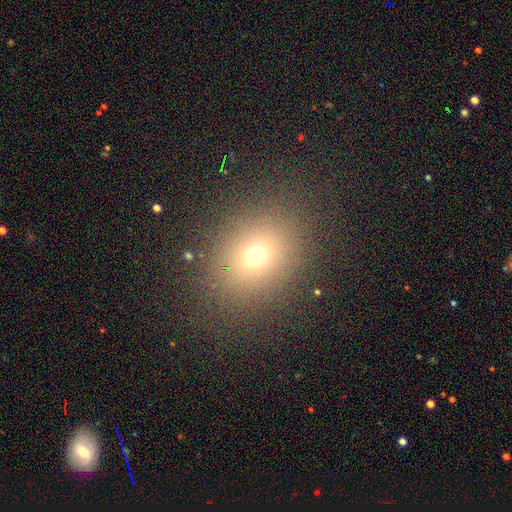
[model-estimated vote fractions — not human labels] smooth 69%, star or artifact 21%, featured or disk 10%. Down the decision tree: how rounded — round (57%); merging — none (87%).